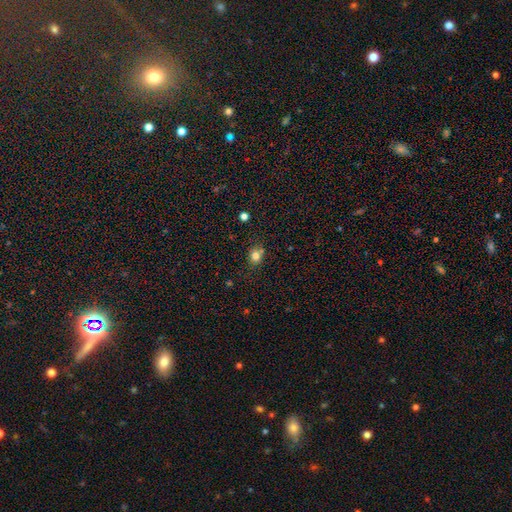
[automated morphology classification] type=smooth (79%); roundness=round (68%); merging=none (73%).